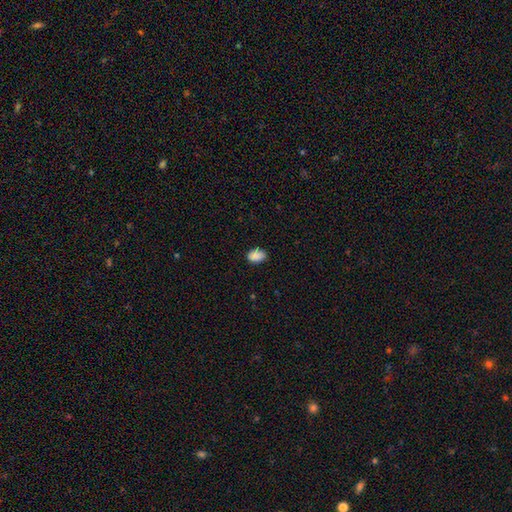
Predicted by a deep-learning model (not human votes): Smooth or featured? smooth (89%)
How rounded? in between (86%)
Merging? none (81%)